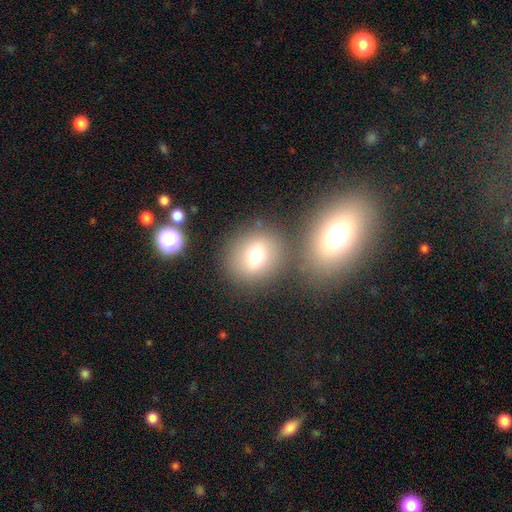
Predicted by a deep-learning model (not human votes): The model was most divided on "how rounded": round: 70%, in between: 28%, cigar-shaped: 1%. More confident: smooth or featured — smooth (73%); merging — none (71%).